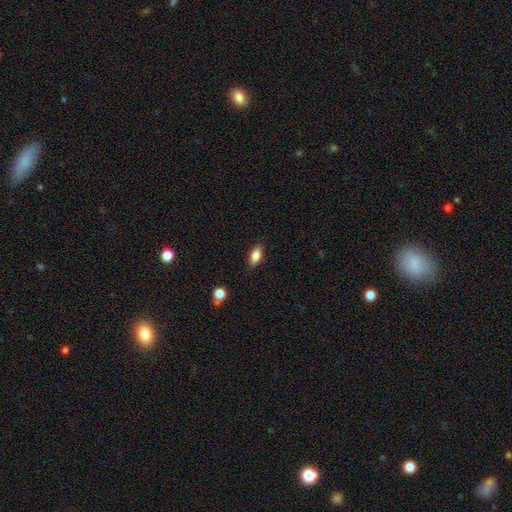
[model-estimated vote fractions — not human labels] This is likely a smooth galaxy (79%). How rounded: clearly in between (85%). Merging: clearly none (86%).